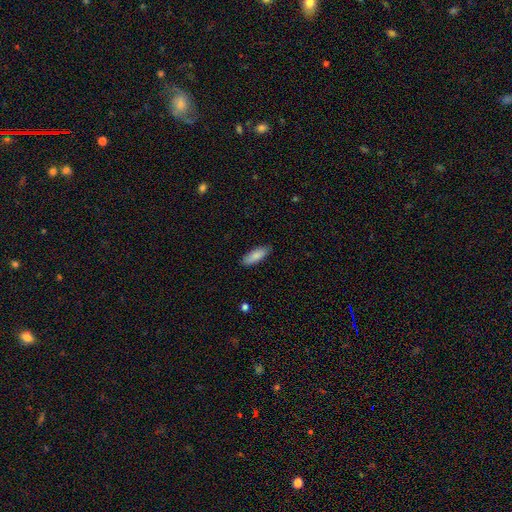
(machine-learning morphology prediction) Smooth or featured: smooth — 86% (featured or disk — 8%)
How rounded: in between — 66% (cigar-shaped — 32%)
Merging: none — 86% (minor disturbance — 11%)